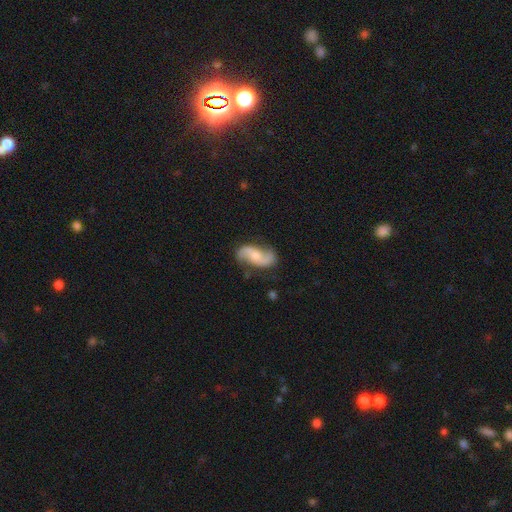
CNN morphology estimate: featured or disk 78%, smooth 17%, star or artifact 6%. Down the decision tree: edge-on disk — no (96%); bar — no (52%); spiral arms — yes (95%); spiral arm count — 2 (93%); spiral winding — loose (68%); bulge size — moderate (46%); merging — none (75%).